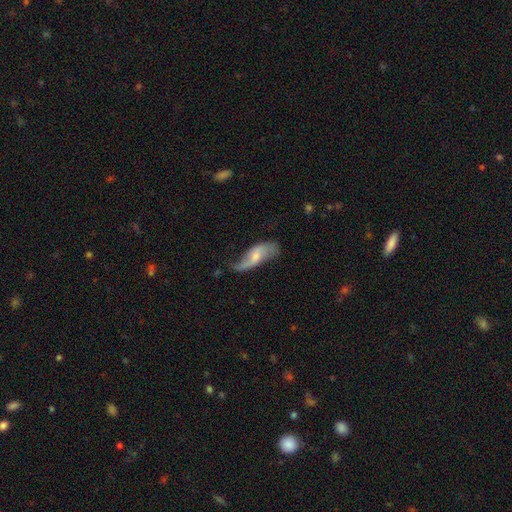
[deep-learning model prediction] Smooth or featured? Predicted: featured or disk (p=0.60). Edge-on disk? Predicted: no (p=0.89). Bar? Predicted: no (p=0.48). Spiral arms? Predicted: yes (p=0.84). Bulge size? Predicted: small (p=0.49). Merging? Predicted: none (p=0.44).